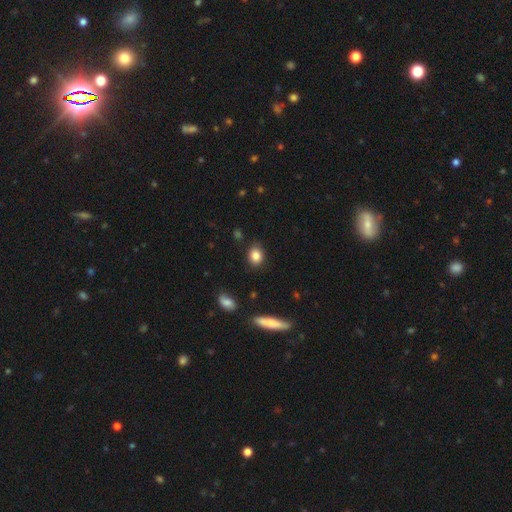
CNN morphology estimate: A smooth galaxy with no disk features (85%) that is round (49%, tied with in between). Merging: none (84%).